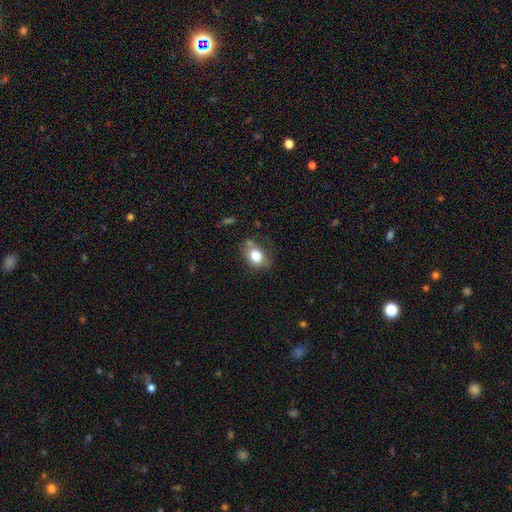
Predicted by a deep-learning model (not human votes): smooth_or_featured: smooth (p=0.78) [alt: featured or disk p=0.12]
how_rounded: in between (p=0.59) [alt: round p=0.39]
merging: none (p=0.60) [alt: minor disturbance p=0.24]